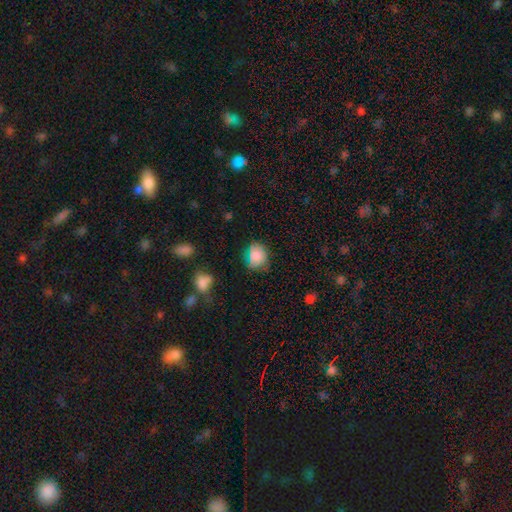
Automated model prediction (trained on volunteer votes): smooth-or-featured: smooth: 80% | star or artifact: 11% | featured or disk: 9%
  how-rounded: round: 61% | in between: 37% | cigar-shaped: 1%
  merging: none: 70% | minor disturbance: 22% | major disturbance: 6% | merger: 3%